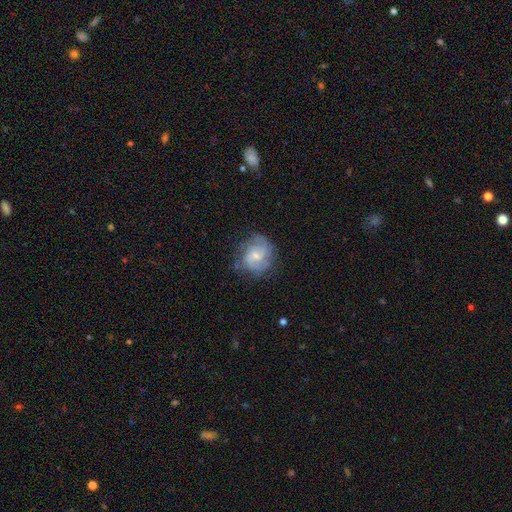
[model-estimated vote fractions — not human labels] Morphology: type=featured or disk (66%); edge-on=no (98%); bar=no (54%); spiral arms=yes (88%); winding=medium (44%); arm count=2 (52%); bulge=small (56%); merging=none (68%).